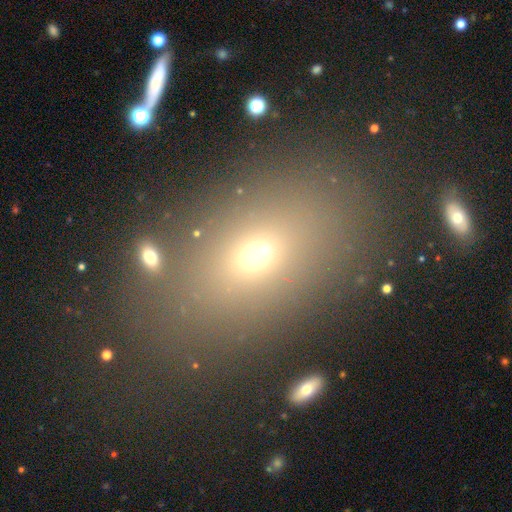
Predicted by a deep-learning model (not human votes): smooth 67%, star or artifact 20%, featured or disk 13%. Down the decision tree: how rounded — in between (74%); merging — none (79%).